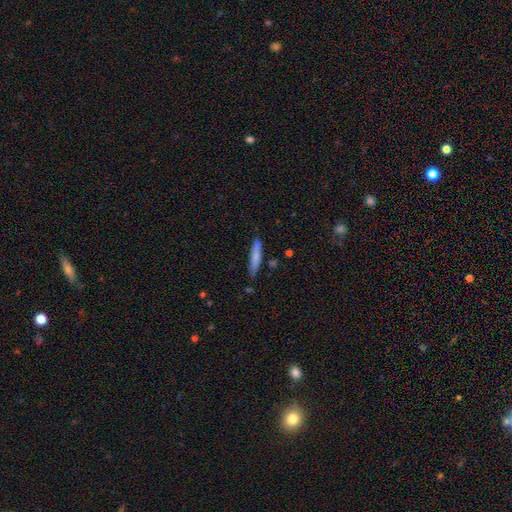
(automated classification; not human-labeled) Smooth or featured: smooth — 75% (featured or disk — 19%)
How rounded: cigar-shaped — 90% (in between — 8%)
Merging: none — 83% (minor disturbance — 12%)